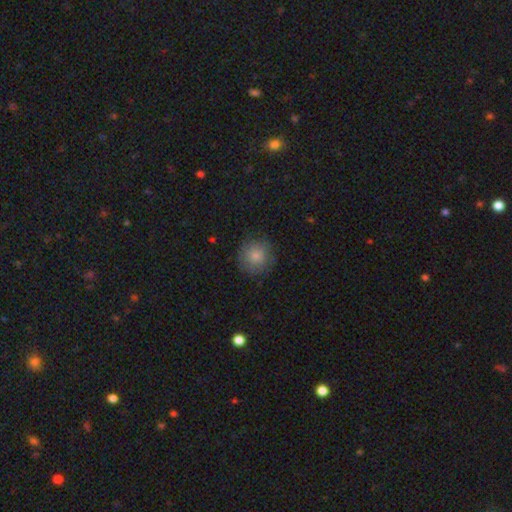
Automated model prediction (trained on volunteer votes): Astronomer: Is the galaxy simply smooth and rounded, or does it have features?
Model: smooth — 82%.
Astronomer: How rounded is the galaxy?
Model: round — 94%.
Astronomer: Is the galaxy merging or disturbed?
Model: none — 83%.